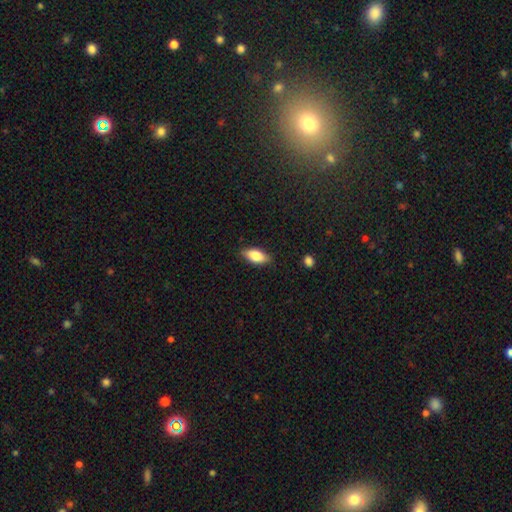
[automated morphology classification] A smooth galaxy with no disk features (79%) that is in between round and cigar-shaped (84%).

Vote fractions:
- Smooth or featured? smooth: 79% / featured or disk: 14% / star or artifact: 7%
- How rounded? in between: 84% / cigar-shaped: 13% / round: 3%
- Merging? none: 84% / minor disturbance: 12% / major disturbance: 2% / merger: 1%